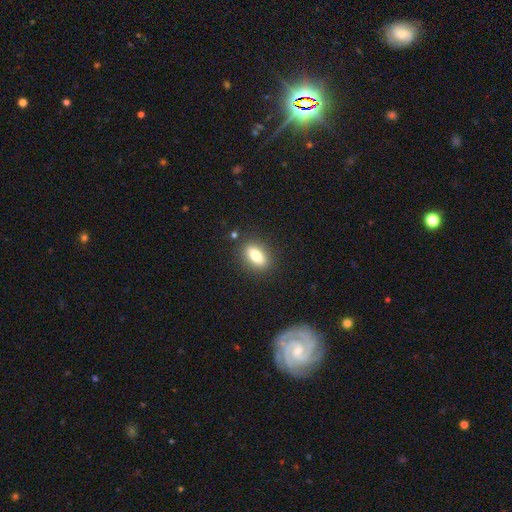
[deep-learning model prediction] Smooth or featured? Predicted: smooth (p=0.74). How rounded? Predicted: in between (p=0.78). Merging? Predicted: none (p=0.87).